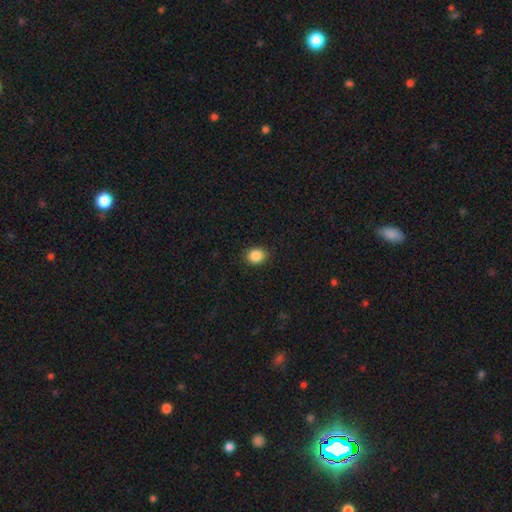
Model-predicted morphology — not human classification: A smooth galaxy with no disk features (88%) that is round (55%). Merging: none (90%).